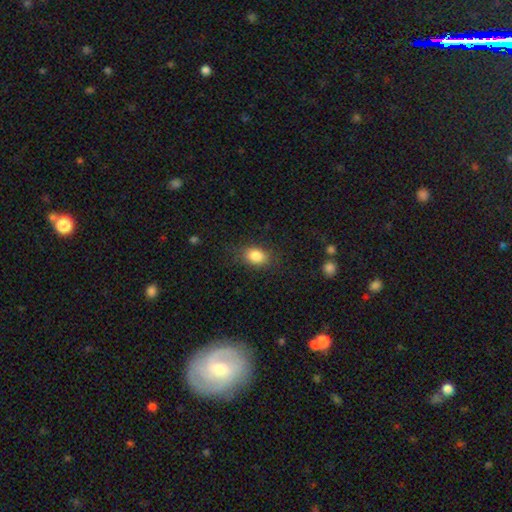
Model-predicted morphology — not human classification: type=smooth (86%); roundness=in between (75%); merging=none (79%).